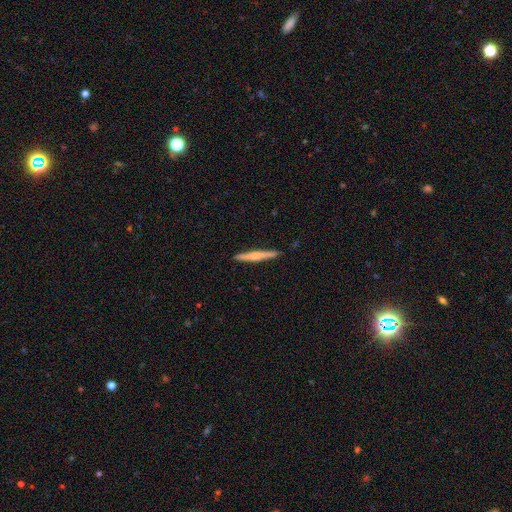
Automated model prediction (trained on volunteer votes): Smooth or featured?
  - smooth: 49% *
  - featured or disk: 46%
  - star or artifact: 5%
Merging?
  - none: 91% *
  - minor disturbance: 6%
  - major disturbance: 1%
  - merger: 1%